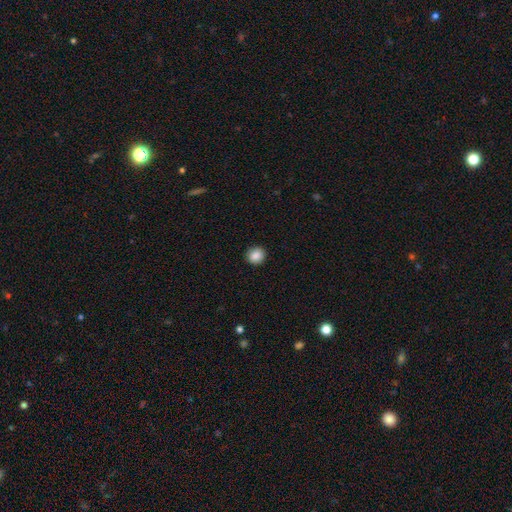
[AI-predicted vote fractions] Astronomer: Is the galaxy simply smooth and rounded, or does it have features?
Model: smooth — 88%.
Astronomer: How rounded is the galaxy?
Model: round — 87%.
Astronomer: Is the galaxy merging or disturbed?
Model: none — 92%.